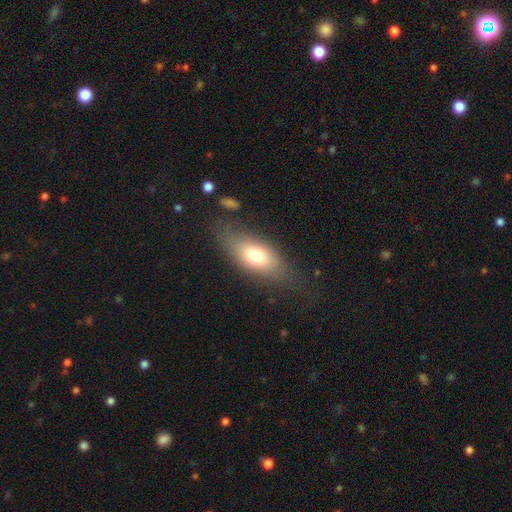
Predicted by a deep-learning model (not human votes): smooth-or-featured: smooth: 70% | featured or disk: 21% | star or artifact: 9%
  how-rounded: in between: 80% | cigar-shaped: 12% | round: 8%
  merging: none: 69% | minor disturbance: 18% | major disturbance: 10% | merger: 3%